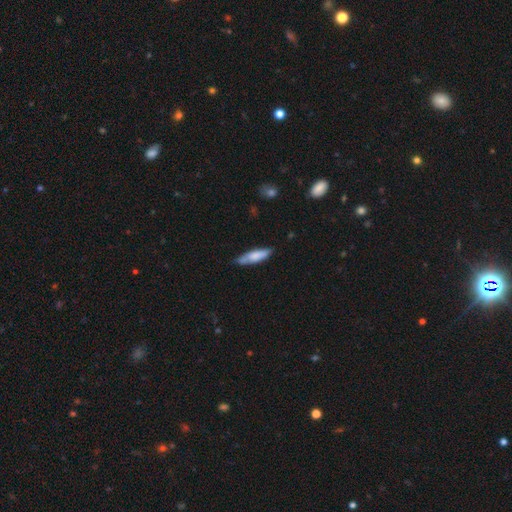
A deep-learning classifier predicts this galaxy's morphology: Smooth or featured: smooth — 72% (featured or disk — 22%)
How rounded: cigar-shaped — 62% (in between — 36%)
Merging: none — 69% (minor disturbance — 24%)